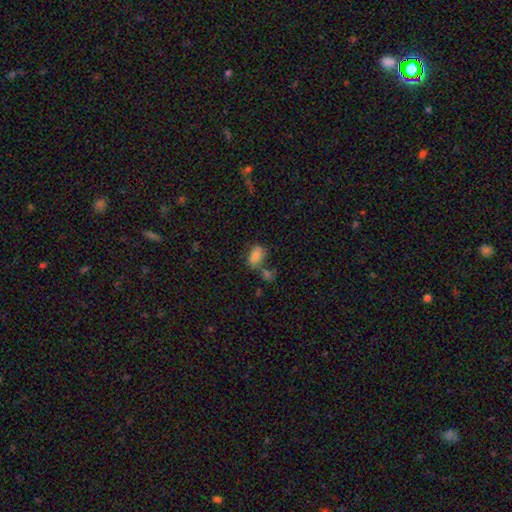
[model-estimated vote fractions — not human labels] smooth-or-featured: smooth: 76% | featured or disk: 13% | star or artifact: 11%
  how-rounded: in between: 88% | round: 10% | cigar-shaped: 2%
  merging: none: 50% | merger: 24% | minor disturbance: 18% | major disturbance: 7%